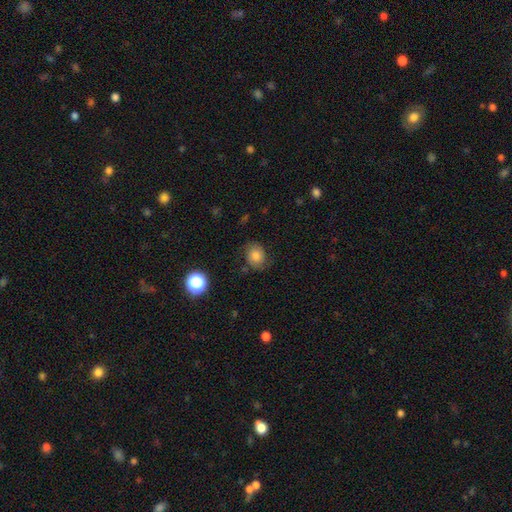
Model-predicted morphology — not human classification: The model was most divided on "how rounded": round: 70%, in between: 29%, cigar-shaped: 1%. More confident: merging — none (72%); smooth or featured — smooth (69%).